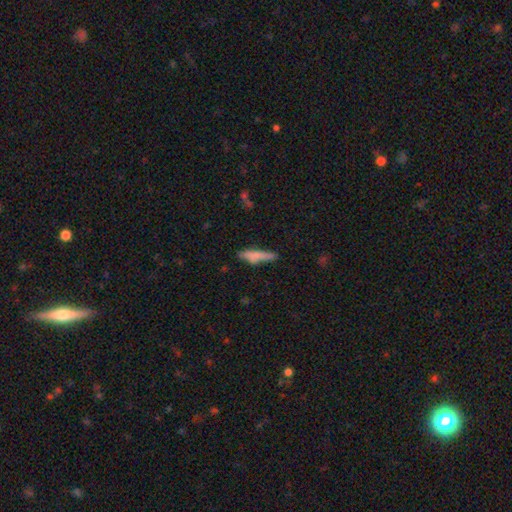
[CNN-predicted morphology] A smooth galaxy with no disk features (72%) that is cigar-shaped (86%). Merging: none (70%).